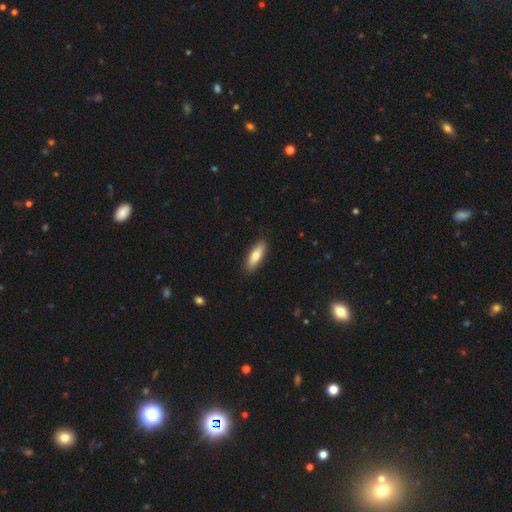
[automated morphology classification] A smooth galaxy with no disk features (73%) that is in between round and cigar-shaped (58%). Merging: none (88%).